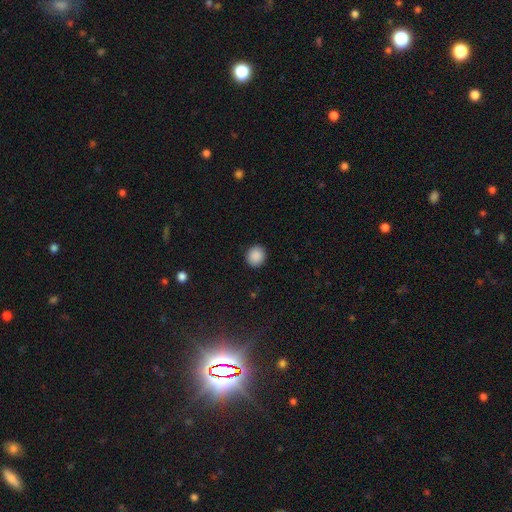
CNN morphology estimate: A smooth galaxy with no disk features (89%) that is round (90%). Merging: none (92%).